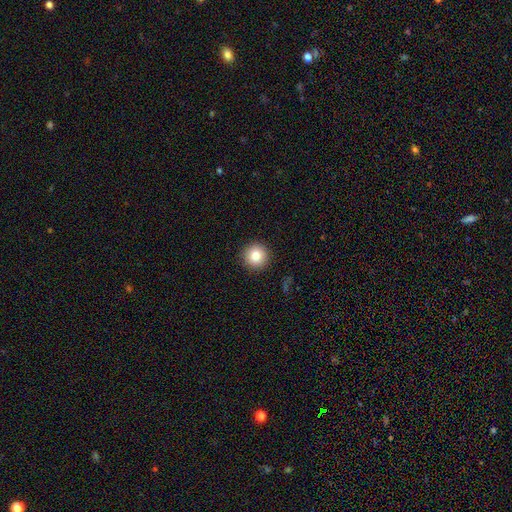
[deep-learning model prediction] This is clearly a smooth galaxy (83%). How rounded: clearly round (95%). Merging: clearly none (92%).